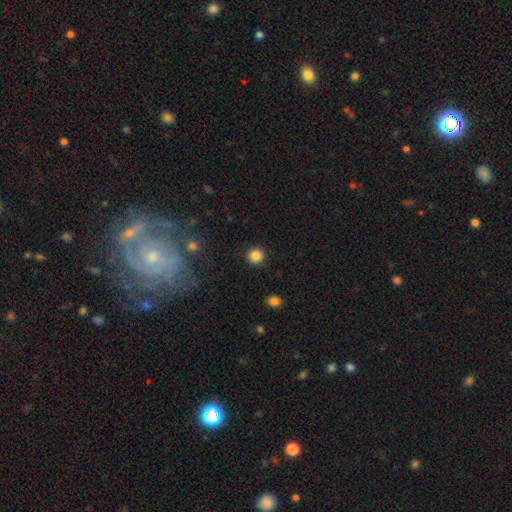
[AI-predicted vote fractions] This is clearly a smooth galaxy (86%). How rounded: clearly round (93%). Merging: clearly none (91%).